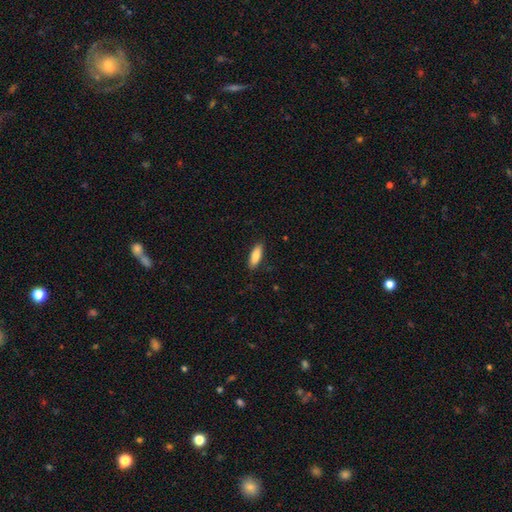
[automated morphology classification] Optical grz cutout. It shows a smooth galaxy with no disk features (84%) that is in between round and cigar-shaped (63%). Merging: none (86%).